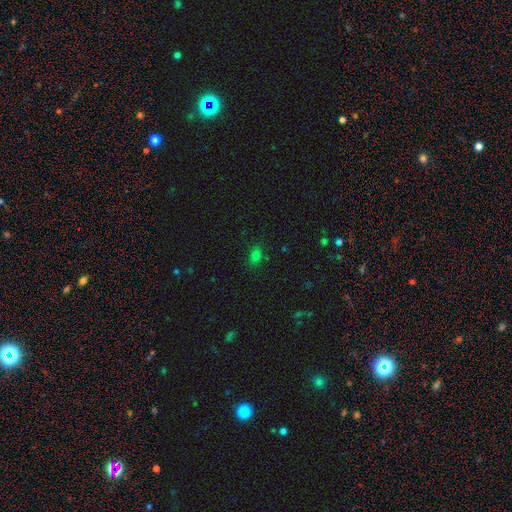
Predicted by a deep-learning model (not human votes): smooth_or_featured: smooth (p=0.74) [alt: star or artifact p=0.20]
how_rounded: in between (p=0.64) [alt: round p=0.34]
merging: none (p=0.79) [alt: minor disturbance p=0.15]